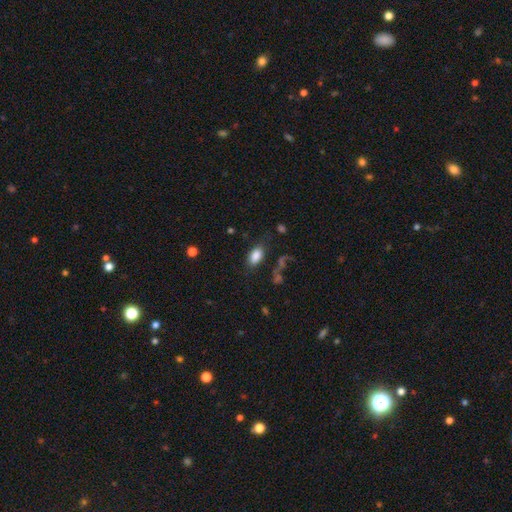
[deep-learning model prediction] smooth 84%, star or artifact 9%, featured or disk 7%. Down the decision tree: how rounded — in between (92%); merging — none (71%).